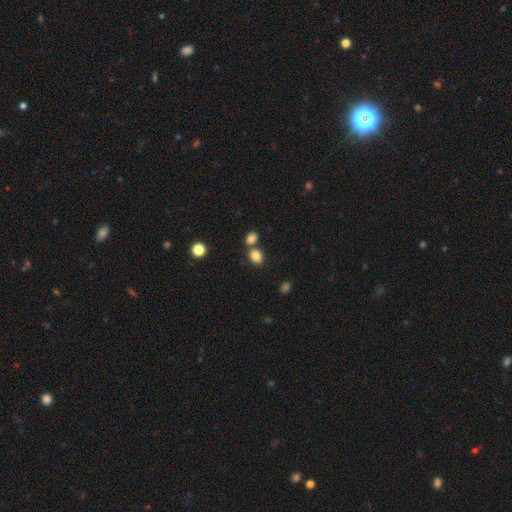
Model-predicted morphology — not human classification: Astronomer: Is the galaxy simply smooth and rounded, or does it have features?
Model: smooth — 83%.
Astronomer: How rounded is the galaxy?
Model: in between — 58% (runner-up: round, 41%).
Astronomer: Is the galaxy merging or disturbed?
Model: none — 60%.